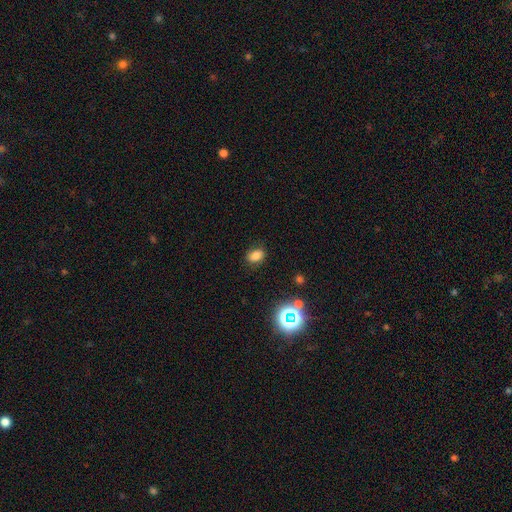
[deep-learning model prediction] smooth-or-featured: smooth: 75% | star or artifact: 17% | featured or disk: 9%
  how-rounded: in between: 75% | round: 23% | cigar-shaped: 1%
  merging: none: 83% | minor disturbance: 12% | major disturbance: 4% | merger: 2%